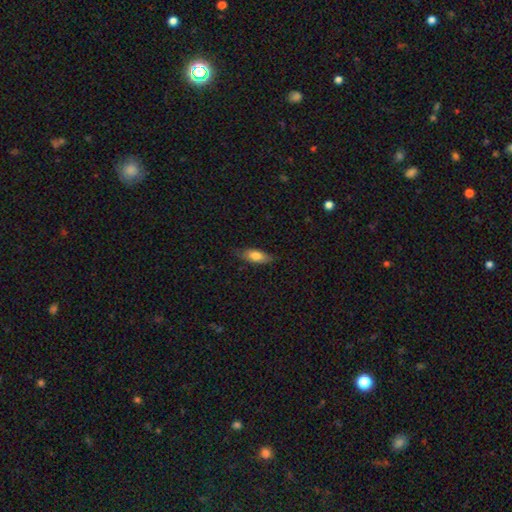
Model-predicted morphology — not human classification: This appears to be a smooth galaxy with no disk features (75%) that is in between round and cigar-shaped (74%). Merging: none (77%).